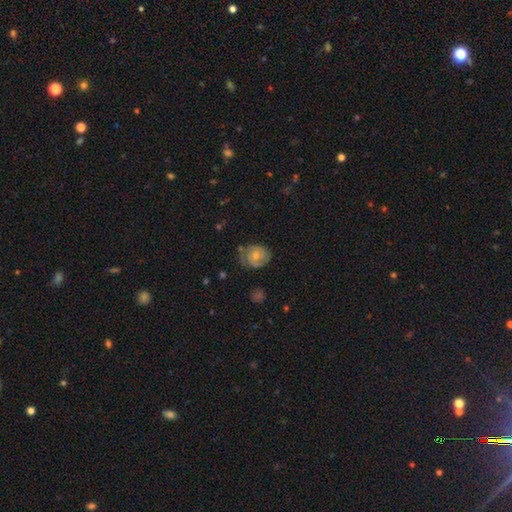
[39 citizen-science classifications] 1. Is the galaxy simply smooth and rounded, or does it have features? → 69% featured or disk, 21% smooth, 10% star or artifact.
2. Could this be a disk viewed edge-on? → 100% no, 0% yes.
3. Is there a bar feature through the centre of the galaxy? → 89% no, 11% weak, 0% strong.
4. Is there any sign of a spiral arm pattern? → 89% yes, 11% no.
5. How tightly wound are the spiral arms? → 46% tight, 42% medium, 12% loose.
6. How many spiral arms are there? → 83% 2, 8% 3, 8% can't tell, 0% 1, 0% 4, 0% more than 4.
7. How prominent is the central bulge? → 52% small, 48% moderate, 0% dominant, 0% large, 0% none.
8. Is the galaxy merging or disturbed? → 51% none, 29% minor disturbance, 14% major disturbance, 6% merger.